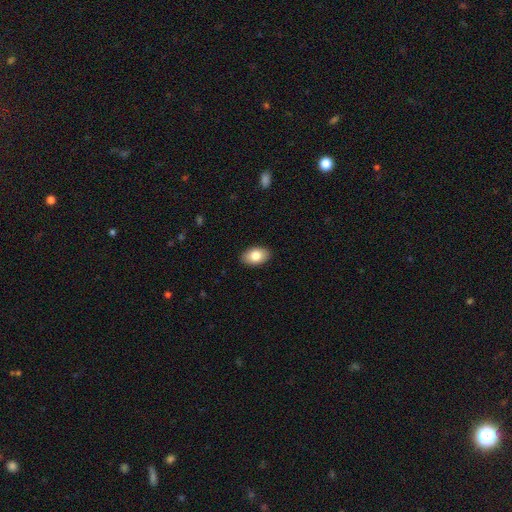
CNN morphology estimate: This is clearly a smooth galaxy (83%). How rounded: clearly in between (90%). Merging: clearly none (90%).